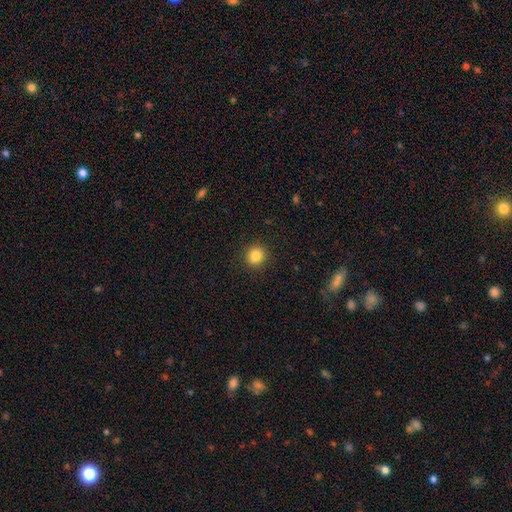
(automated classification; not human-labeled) Smooth or featured? Predicted: smooth (p=0.83). How rounded? Predicted: round (p=0.84). Merging? Predicted: none (p=0.91).